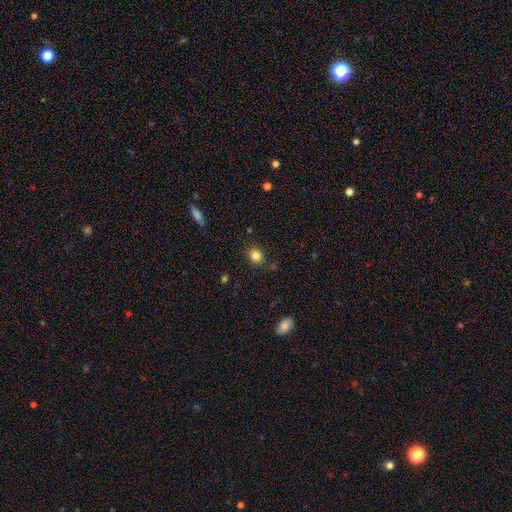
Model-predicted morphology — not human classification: smooth_or_featured: smooth (p=0.84) [alt: star or artifact p=0.11]
how_rounded: round (p=0.68) [alt: in between p=0.31]
merging: none (p=0.86) [alt: minor disturbance p=0.10]